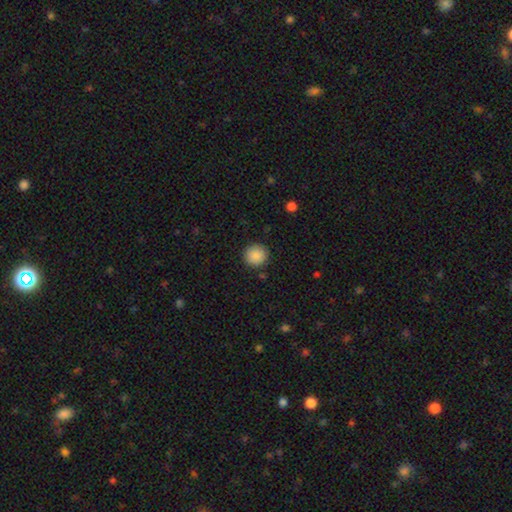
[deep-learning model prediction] Smooth or featured: smooth — 88% (star or artifact — 8%)
How rounded: round — 93% (in between — 6%)
Merging: none — 89% (minor disturbance — 7%)